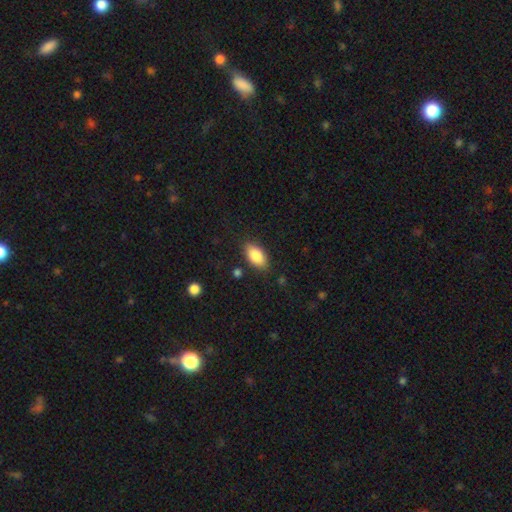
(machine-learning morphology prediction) smooth-or-featured: smooth: 84% | featured or disk: 9% | star or artifact: 7%
  how-rounded: in between: 91% | cigar-shaped: 5% | round: 4%
  merging: none: 83% | minor disturbance: 12% | major disturbance: 3% | merger: 2%